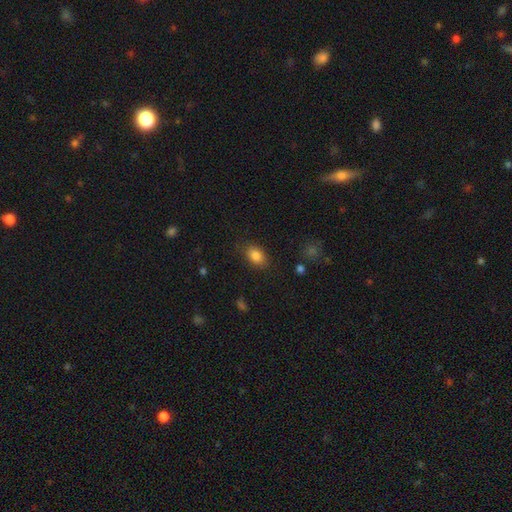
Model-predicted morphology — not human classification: Q: Smooth or featured?
A: smooth (84%); runner-up: star or artifact (9%)
Q: How rounded?
A: in between (80%); runner-up: round (19%)
Q: Merging?
A: none (82%); runner-up: minor disturbance (13%)